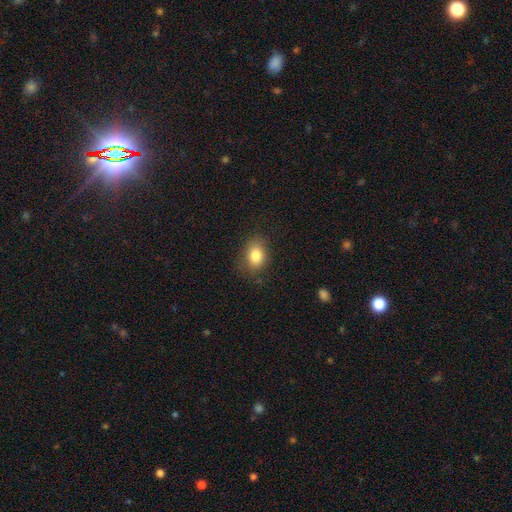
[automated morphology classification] smooth 82%, star or artifact 10%, featured or disk 8%. Down the decision tree: how rounded — in between (71%); merging — none (79%).